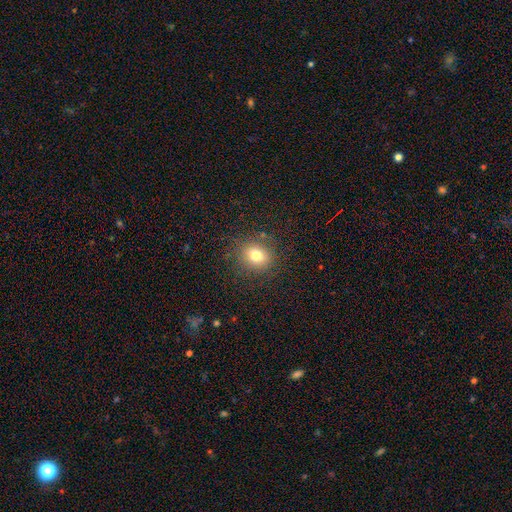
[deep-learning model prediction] A smooth galaxy with no disk features (76%) that is round (71%).

Vote fractions:
- Smooth or featured? smooth: 76% / star or artifact: 14% / featured or disk: 10%
- How rounded? round: 71% / in between: 29% / cigar-shaped: 1%
- Merging? none: 85% / minor disturbance: 10% / major disturbance: 4% / merger: 1%